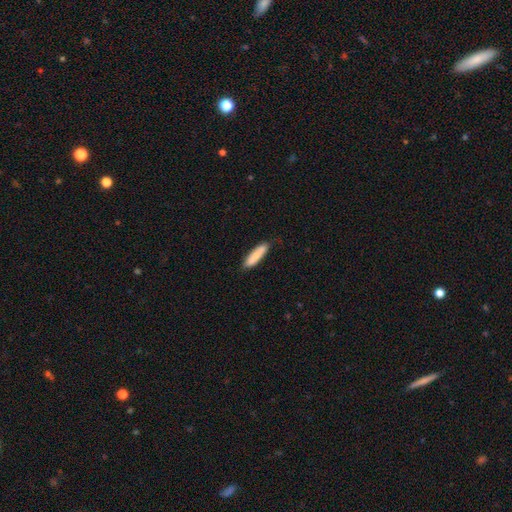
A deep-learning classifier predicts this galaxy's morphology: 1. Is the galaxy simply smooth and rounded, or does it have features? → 84% smooth, 10% featured or disk, 6% star or artifact.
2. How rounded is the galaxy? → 75% cigar-shaped, 24% in between, 1% round.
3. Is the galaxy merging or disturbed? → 80% none, 16% minor disturbance, 2% major disturbance, 2% merger.